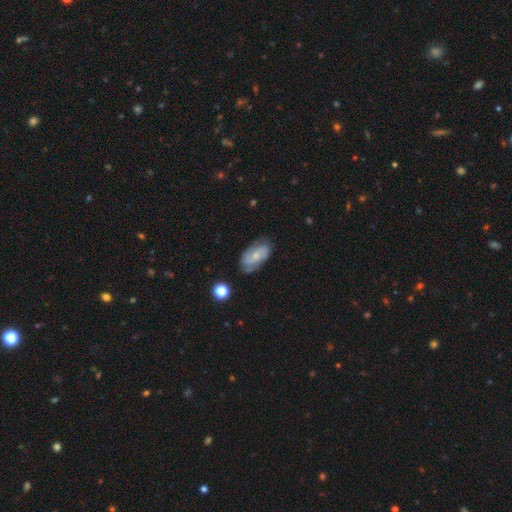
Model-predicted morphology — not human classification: This appears to be a featured or disk galaxy (59%) with no bar (63%), spiral arms (85%) and a small central bulge (64%). Merging: none (66%).